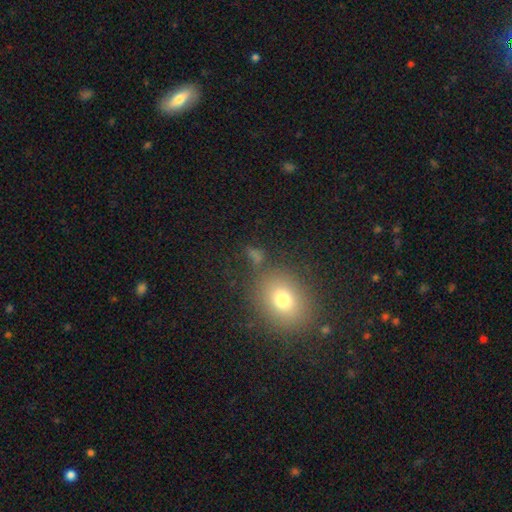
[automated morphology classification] This is likely a smooth galaxy (66%). How rounded: possibly in between (51%). Merging: likely none (72%).